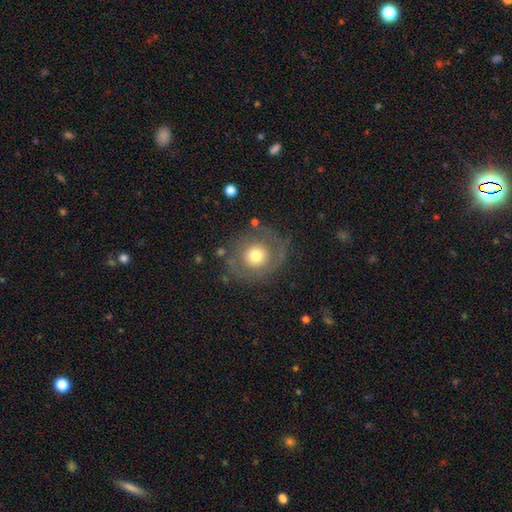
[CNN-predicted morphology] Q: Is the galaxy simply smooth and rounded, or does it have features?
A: smooth — 57%.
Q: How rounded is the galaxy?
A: round — 88%.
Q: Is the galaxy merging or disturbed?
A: none — 73%.